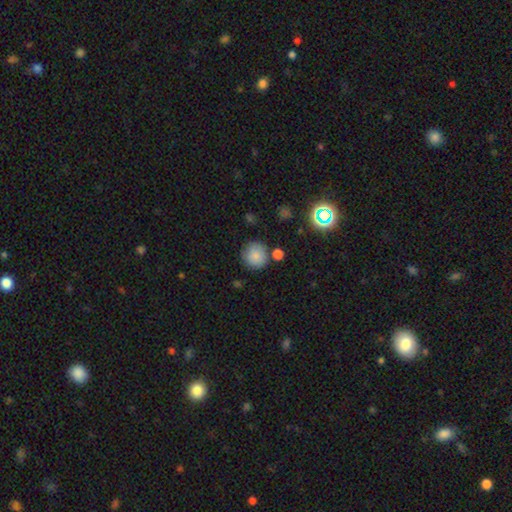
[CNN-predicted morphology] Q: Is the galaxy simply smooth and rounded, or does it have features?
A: smooth — 82%.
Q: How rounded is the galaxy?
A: round — 92%.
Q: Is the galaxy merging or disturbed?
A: none — 76%.